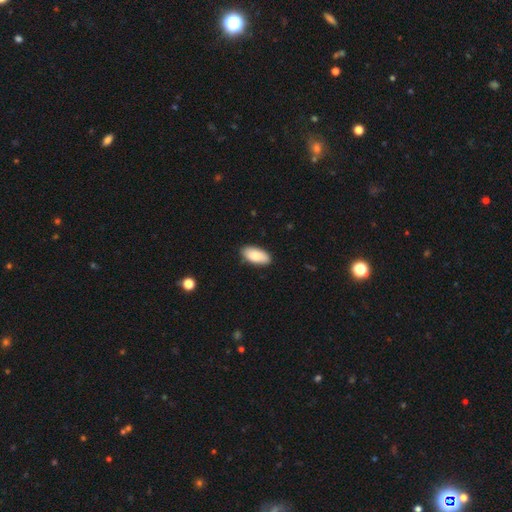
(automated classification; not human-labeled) Q: Smooth or featured?
A: smooth (86%); runner-up: featured or disk (8%)
Q: How rounded?
A: in between (93%); runner-up: cigar-shaped (5%)
Q: Merging?
A: none (88%); runner-up: minor disturbance (10%)